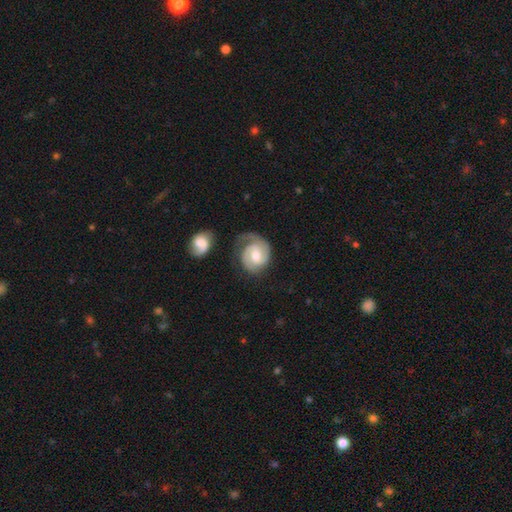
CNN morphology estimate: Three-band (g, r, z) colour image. It shows a featured or disk galaxy (80%) with a weak bar (46%), 2 (74%) tight (52%) spiral arms (95%) and a moderate central bulge (69%). Merging: none (60%).